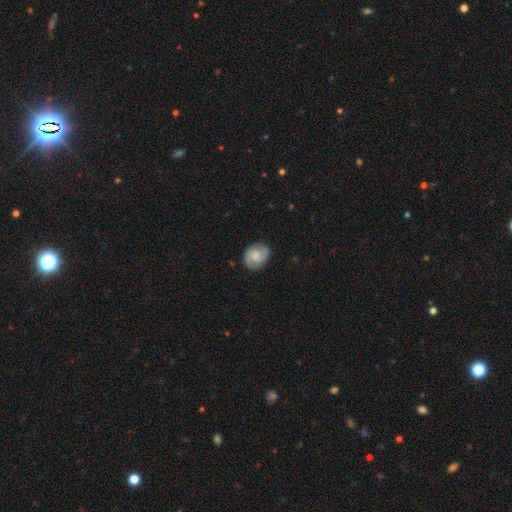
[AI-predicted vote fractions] This is likely a featured or disk galaxy (62%). It is clearly not viewed edge-on (98%). Bar: possibly no (54%). Spiral arm pattern: clearly yes (93%). Spiral arm count: clearly 2 (86%). Spiral winding: possibly medium (47%). Central bulge: marginally moderate (33%). Merging: clearly none (83%).